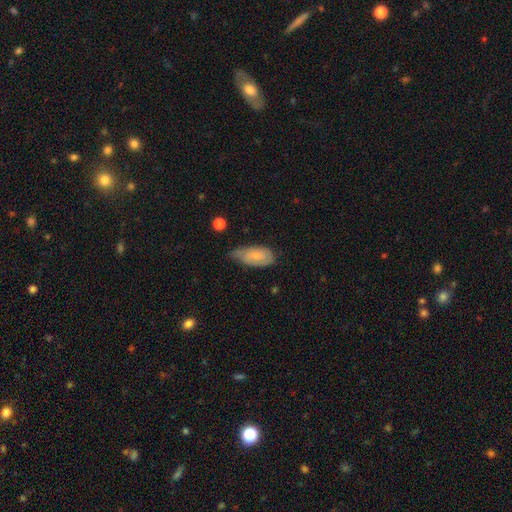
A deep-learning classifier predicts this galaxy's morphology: Q: Smooth or featured?
A: smooth (66%); runner-up: featured or disk (28%)
Q: How rounded?
A: in between (90%); runner-up: cigar-shaped (7%)
Q: Merging?
A: minor disturbance (46%); runner-up: none (37%)